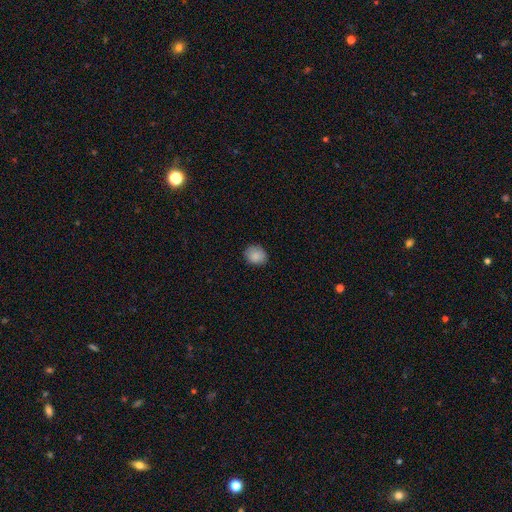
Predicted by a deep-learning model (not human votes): This is clearly a smooth galaxy (88%). How rounded: likely round (61%). Merging: clearly none (84%).